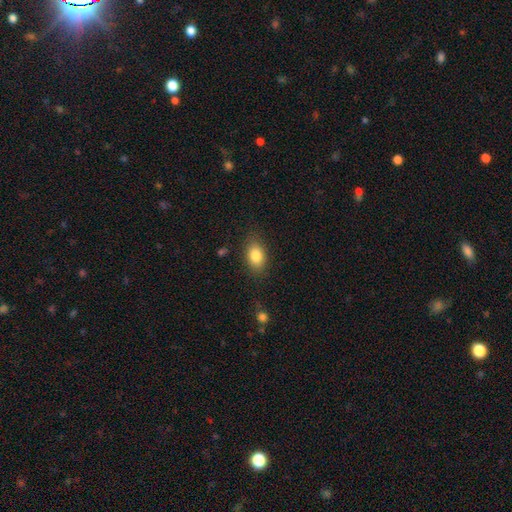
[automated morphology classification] Q: Smooth or featured?
A: smooth (84%); runner-up: featured or disk (8%)
Q: How rounded?
A: in between (86%); runner-up: round (12%)
Q: Merging?
A: none (83%); runner-up: minor disturbance (12%)